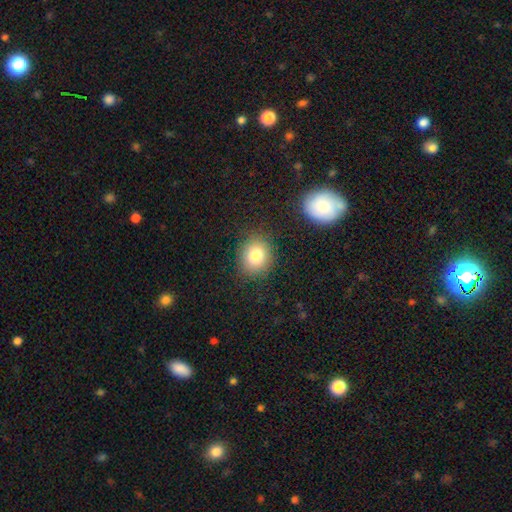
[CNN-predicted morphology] type=smooth (80%); roundness=round (71%); merging=none (86%).